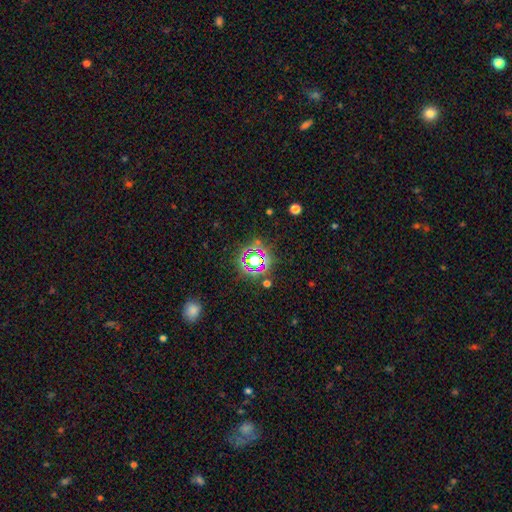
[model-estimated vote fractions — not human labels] Smooth or featured? Predicted: star or artifact (p=0.77).